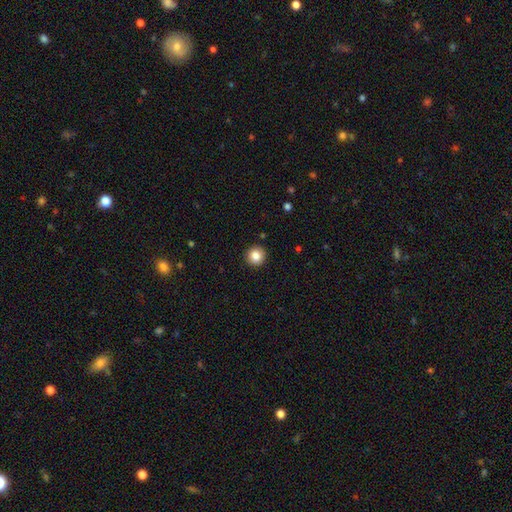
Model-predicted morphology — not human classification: Q: Smooth or featured?
A: smooth (84%); runner-up: star or artifact (10%)
Q: How rounded?
A: round (95%); runner-up: in between (4%)
Q: Merging?
A: none (92%); runner-up: minor disturbance (5%)